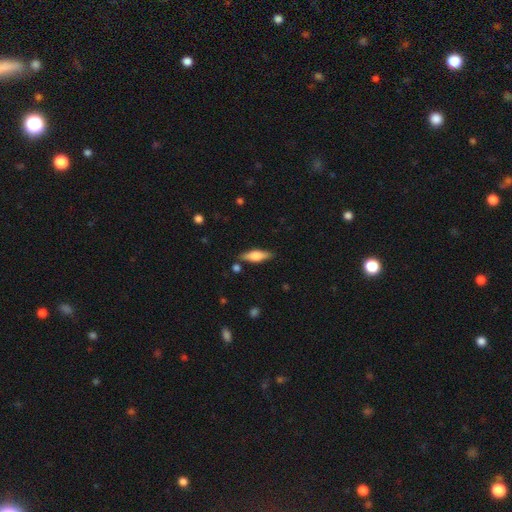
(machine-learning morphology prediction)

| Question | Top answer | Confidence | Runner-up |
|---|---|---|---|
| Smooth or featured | smooth | 54% | featured or disk (40%) |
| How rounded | in between | 50% | cigar-shaped (47%) |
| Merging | none | 85% | minor disturbance (11%) |